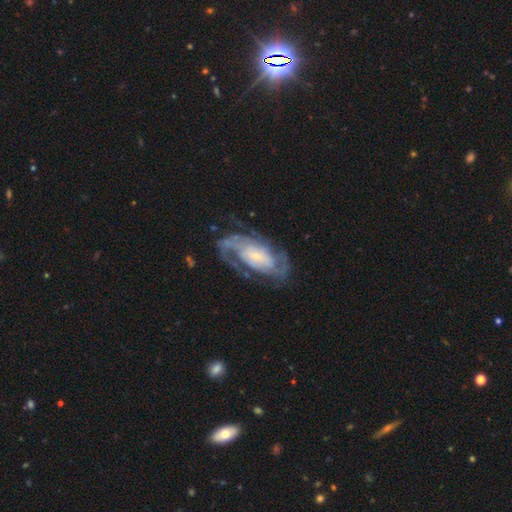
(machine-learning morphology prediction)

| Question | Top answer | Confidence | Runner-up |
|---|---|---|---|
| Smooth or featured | featured or disk | 85% | smooth (10%) |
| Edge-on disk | no | 95% | yes (5%) |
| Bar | no | 59% | weak (30%) |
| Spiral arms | yes | 94% | no (6%) |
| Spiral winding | tight | 51% | medium (38%) |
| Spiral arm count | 2 | 40% | can't tell (28%) |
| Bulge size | small | 66% | moderate (20%) |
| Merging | none | 67% | minor disturbance (18%) |